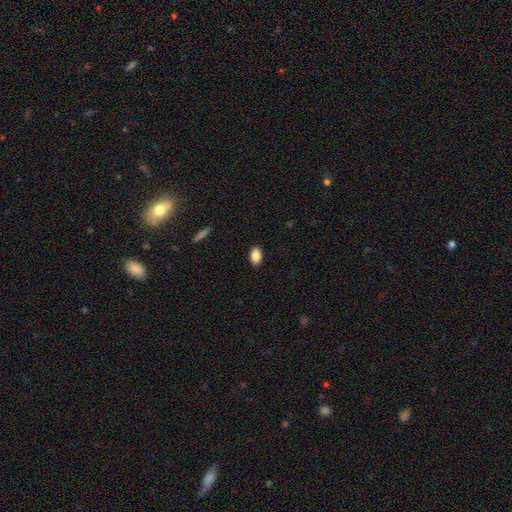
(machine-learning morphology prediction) A smooth galaxy with no disk features (87%) that is in between round and cigar-shaped (91%). Merging: none (89%).